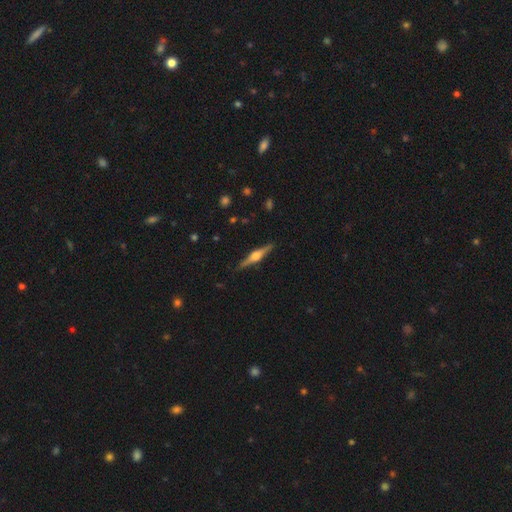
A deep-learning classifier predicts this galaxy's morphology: Smooth or featured?
  - featured or disk: 78% *
  - smooth: 17%
  - star or artifact: 5%
Edge-on disk?
  - yes: 98% *
  - no: 2%
Edge-on bulge?
  - rounded: 90% *
  - boxy: 8%
  - none: 2%
Merging?
  - none: 90% *
  - minor disturbance: 7%
  - major disturbance: 2%
  - merger: 1%